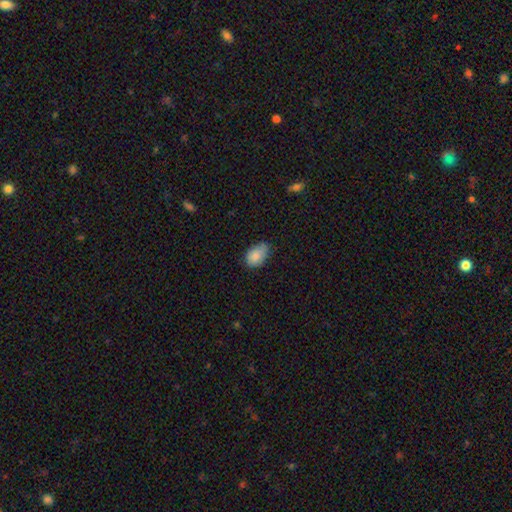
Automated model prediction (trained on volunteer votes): smooth_or_featured: smooth (p=0.85) [alt: star or artifact p=0.08]
how_rounded: in between (p=0.86) [alt: round p=0.13]
merging: none (p=0.56) [alt: minor disturbance p=0.37]